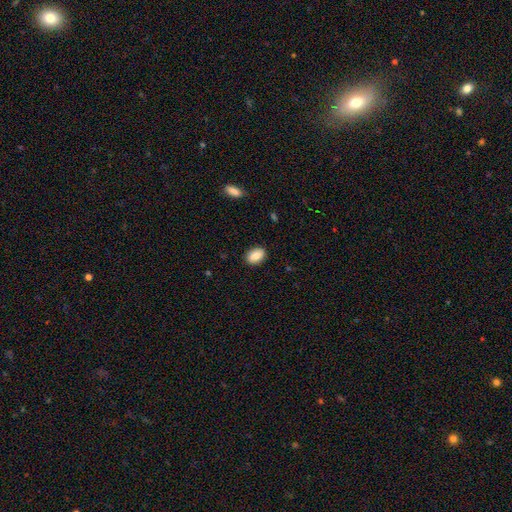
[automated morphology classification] Smooth or featured? smooth (87%)
How rounded? in between (84%)
Merging? none (87%)